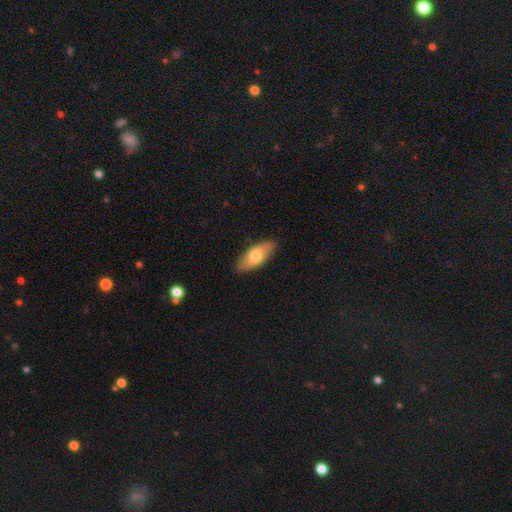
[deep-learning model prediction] Overall: smooth (69%). How rounded: in between (81%). Merging: none (87%).